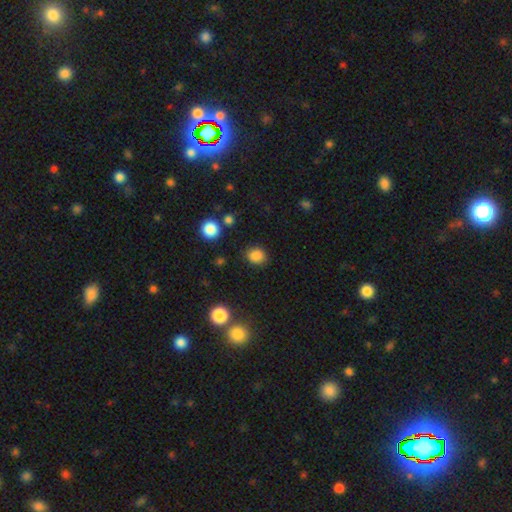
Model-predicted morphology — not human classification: This is clearly a smooth galaxy (84%). How rounded: likely round (69%). Merging: clearly none (82%).